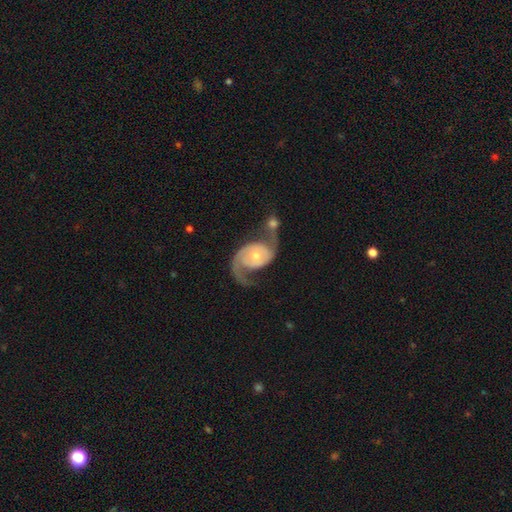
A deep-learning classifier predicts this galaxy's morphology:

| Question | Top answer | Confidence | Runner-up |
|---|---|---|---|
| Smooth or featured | featured or disk | 87% | smooth (8%) |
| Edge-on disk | no | 97% | yes (3%) |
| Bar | no | 67% | weak (27%) |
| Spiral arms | yes | 96% | no (4%) |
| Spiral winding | loose | 45% | medium (39%) |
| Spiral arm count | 2 | 87% | 1 (8%) |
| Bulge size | moderate | 57% | small (35%) |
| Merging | none | 41% | merger (23%) |